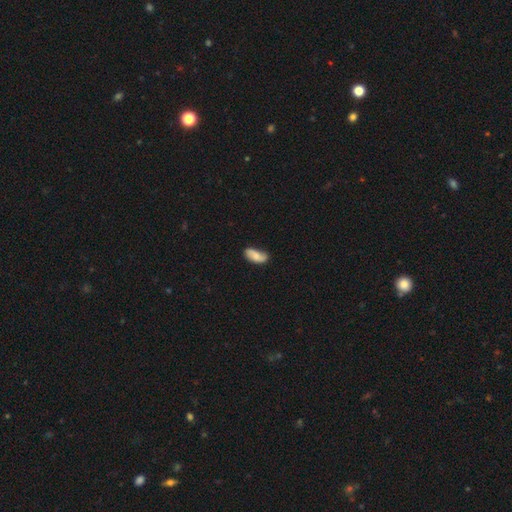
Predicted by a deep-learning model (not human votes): Smooth or featured? smooth (66%)
How rounded? in between (90%)
Merging? none (64%)